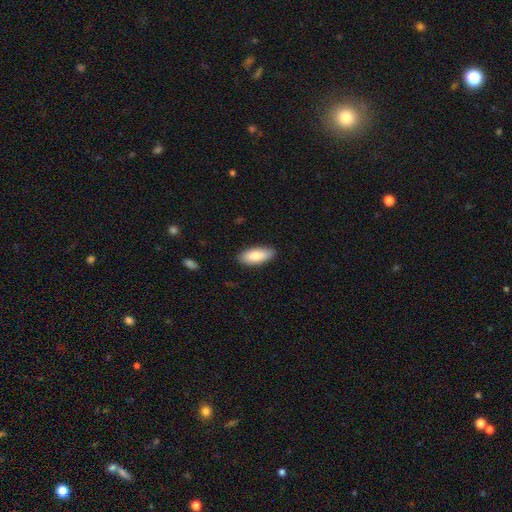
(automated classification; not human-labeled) Morphology: type=smooth (85%); roundness=in between (82%); merging=none (88%).